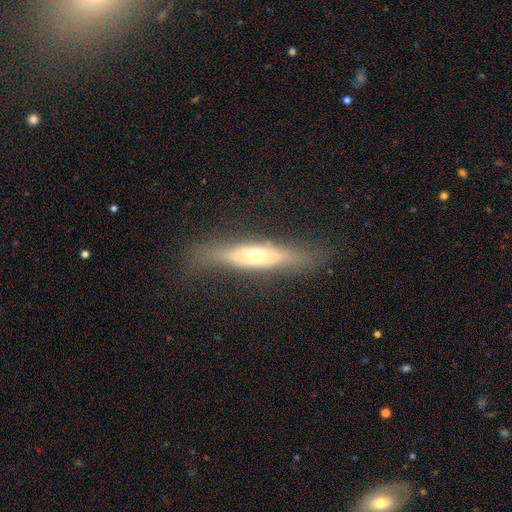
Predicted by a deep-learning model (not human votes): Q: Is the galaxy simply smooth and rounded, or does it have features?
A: featured or disk — 58%.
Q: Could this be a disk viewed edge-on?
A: yes — 78%.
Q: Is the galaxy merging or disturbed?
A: none — 75%.